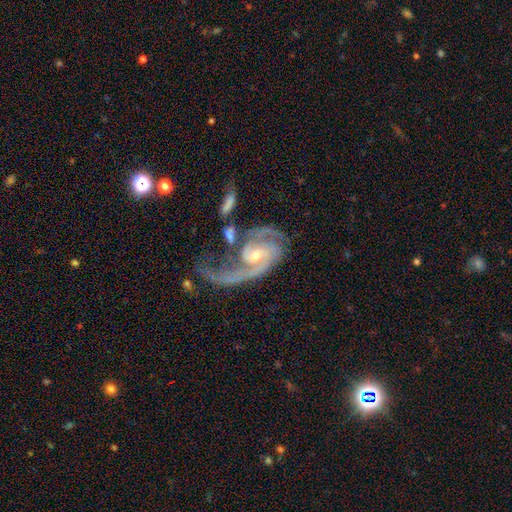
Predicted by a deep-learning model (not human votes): Smooth or featured? featured or disk (91%)
Edge-on disk? no (97%)
Bar? no (48%)
Spiral arms? yes (97%)
Spiral winding? medium (47%)
Spiral arm count? 2 (64%)
Bulge size? small (55%)
Merging? major disturbance (35%)